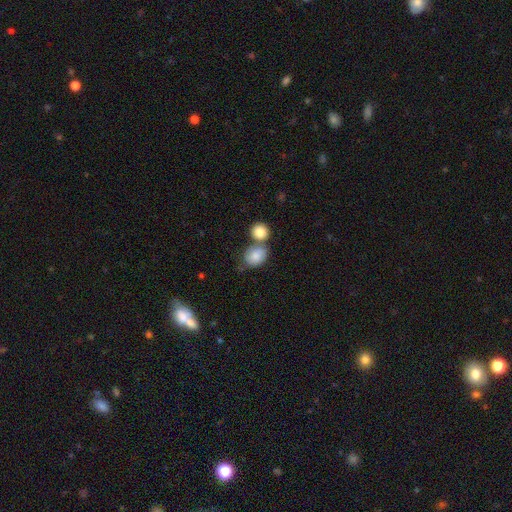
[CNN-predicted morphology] Q: Smooth or featured?
A: smooth (79%); runner-up: featured or disk (14%)
Q: How rounded?
A: round (54%); runner-up: in between (45%)
Q: Merging?
A: merger (44%); runner-up: none (37%)